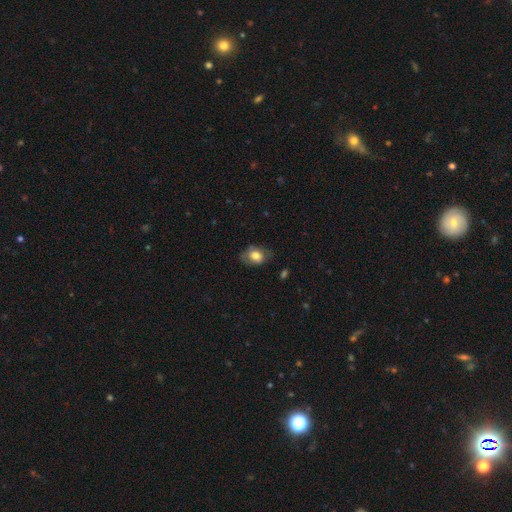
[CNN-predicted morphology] smooth_or_featured: smooth (p=0.69) [alt: featured or disk p=0.23]
how_rounded: in between (p=0.73) [alt: round p=0.26]
merging: none (p=0.67) [alt: minor disturbance p=0.23]